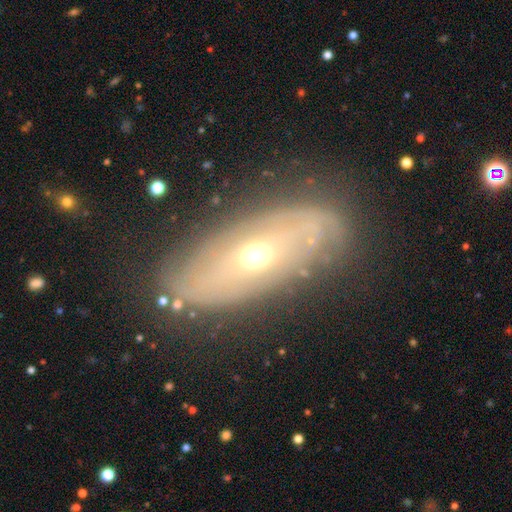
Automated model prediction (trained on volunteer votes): featured or disk 66%, smooth 26%, star or artifact 8%. Down the decision tree: edge-on disk — no (76%); bar — no (74%); spiral arms — yes (56%); bulge size — moderate (67%); merging — none (75%).